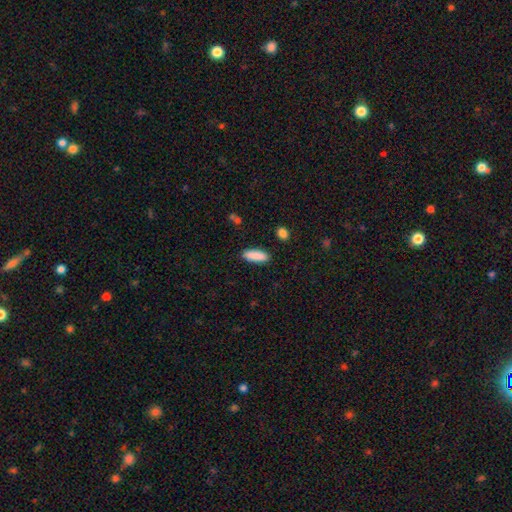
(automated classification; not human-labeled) A smooth galaxy with no disk features (89%) that is in between round and cigar-shaped (59%).

Vote fractions:
- Smooth or featured? smooth: 89% / star or artifact: 6% / featured or disk: 4%
- How rounded? in between: 59% / cigar-shaped: 39% / round: 2%
- Merging? none: 88% / minor disturbance: 8% / major disturbance: 2% / merger: 2%